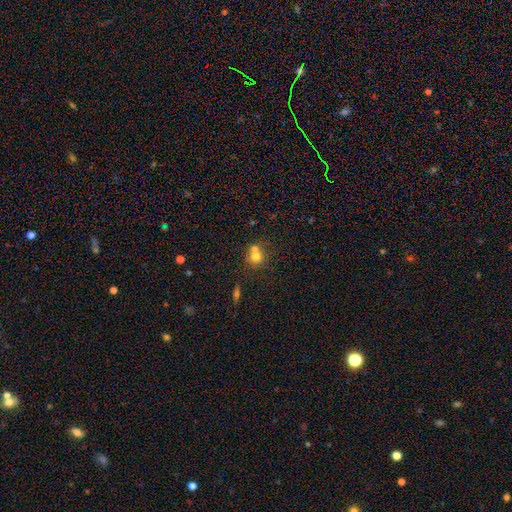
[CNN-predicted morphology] smooth-or-featured: smooth: 71% | featured or disk: 16% | star or artifact: 13%
  how-rounded: round: 83% | in between: 16% | cigar-shaped: 1%
  merging: merger: 47% | none: 42% | minor disturbance: 8% | major disturbance: 3%